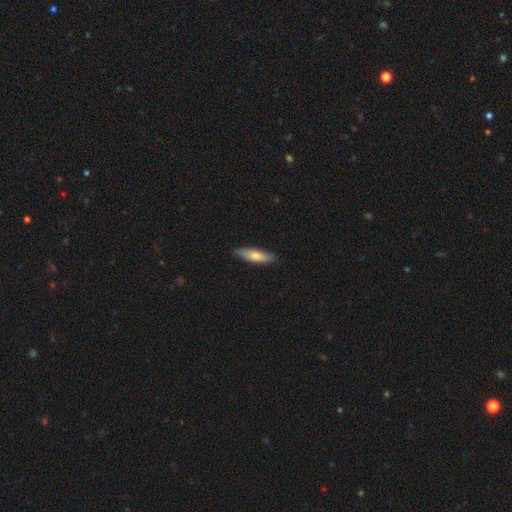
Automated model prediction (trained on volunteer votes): Smooth or featured: smooth — 69% (featured or disk — 25%)
How rounded: cigar-shaped — 62% (in between — 36%)
Merging: none — 88% (minor disturbance — 9%)